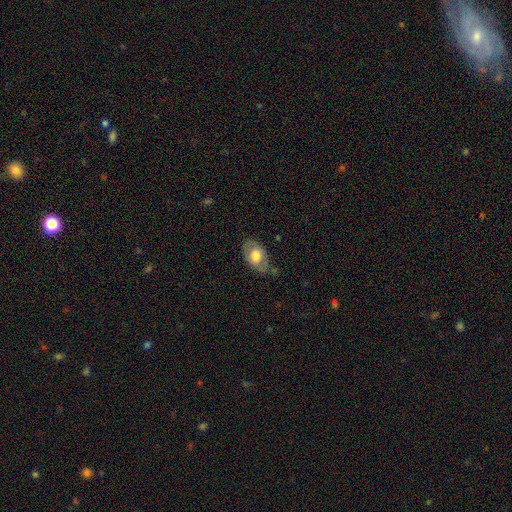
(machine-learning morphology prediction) Q: Smooth or featured?
A: smooth (63%); runner-up: featured or disk (31%)
Q: How rounded?
A: in between (90%); runner-up: round (8%)
Q: Merging?
A: none (60%); runner-up: minor disturbance (29%)